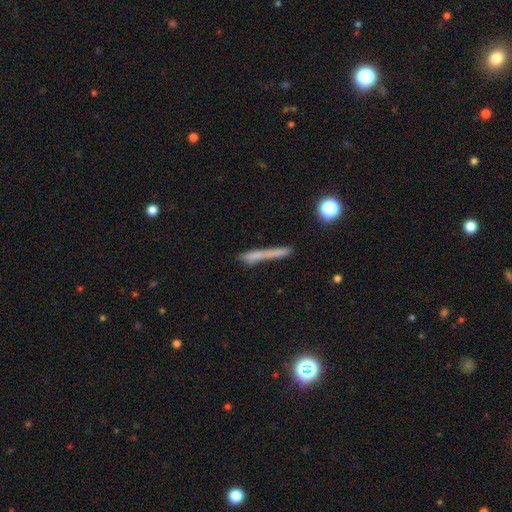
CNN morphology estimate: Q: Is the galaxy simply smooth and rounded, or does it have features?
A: smooth — 63%.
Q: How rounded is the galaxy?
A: cigar-shaped — 94%.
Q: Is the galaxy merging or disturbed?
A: none — 62%.